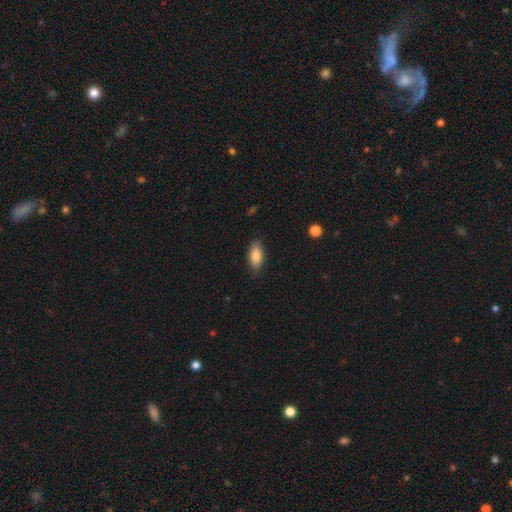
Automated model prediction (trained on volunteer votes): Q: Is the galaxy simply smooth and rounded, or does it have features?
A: smooth — 84%.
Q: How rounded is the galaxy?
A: in between — 88%.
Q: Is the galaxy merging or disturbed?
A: none — 86%.